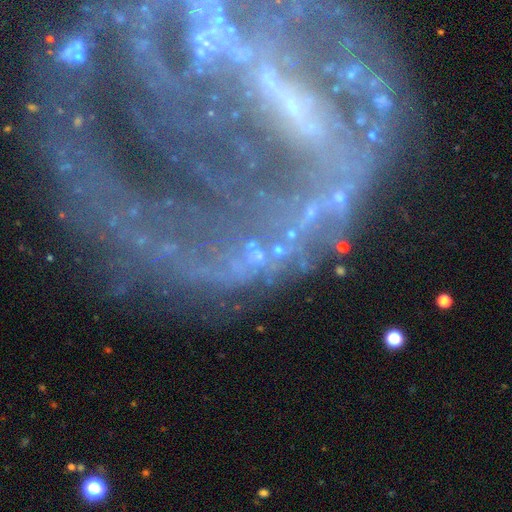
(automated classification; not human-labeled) Overall: featured or disk (48%; star or artifact 39%). Merging: none (50%; major disturbance 20%).